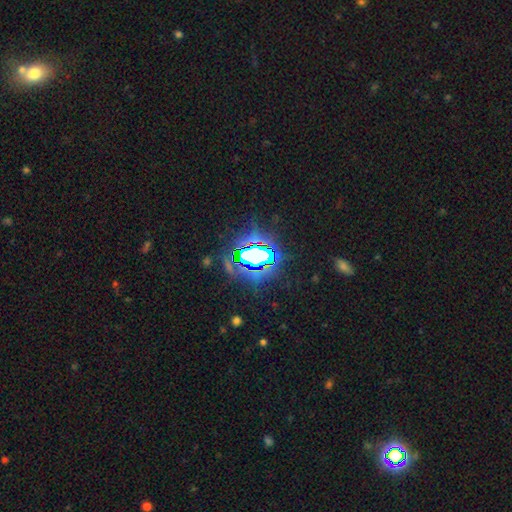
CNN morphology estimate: Smooth or featured: star or artifact — 69% (smooth — 17%)